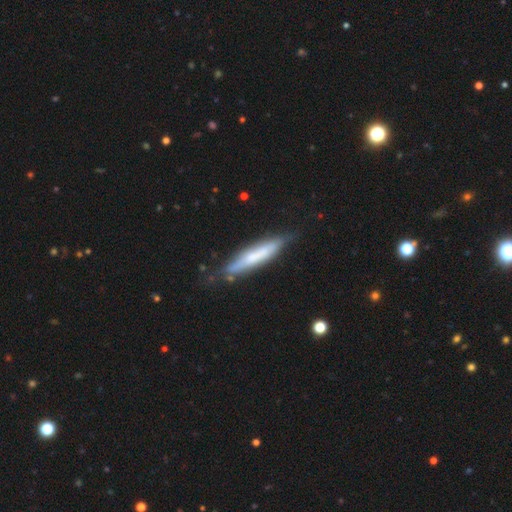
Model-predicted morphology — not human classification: smooth-or-featured: smooth: 47% (tied) | featured or disk: 47% (tied) | star or artifact: 6%
  merging: none: 72% | minor disturbance: 21% | major disturbance: 5% | merger: 3%